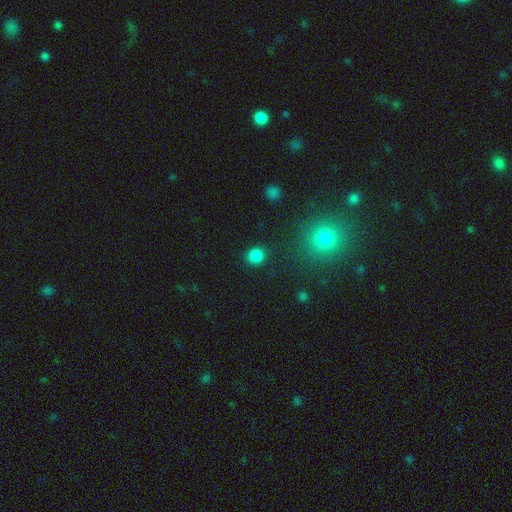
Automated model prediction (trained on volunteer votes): A smooth galaxy with no disk features (85%) that is round (87%). Merging: none (89%).